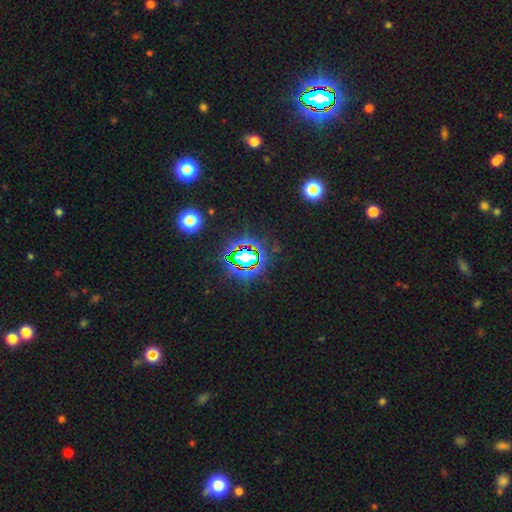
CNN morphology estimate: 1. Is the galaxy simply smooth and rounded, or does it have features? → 80% star or artifact, 12% smooth, 8% featured or disk.